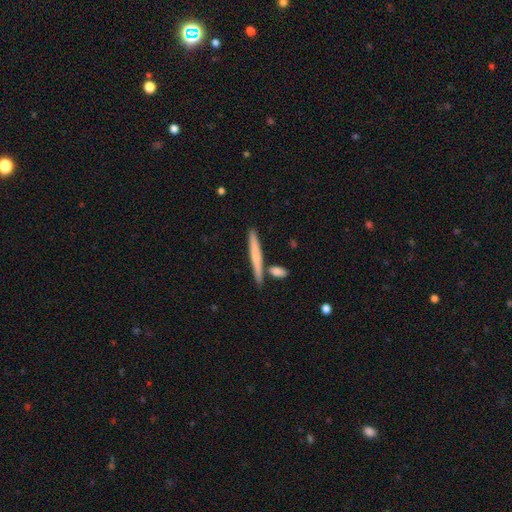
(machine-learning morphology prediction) Smooth or featured? smooth (62%)
How rounded? cigar-shaped (95%)
Merging? none (78%)